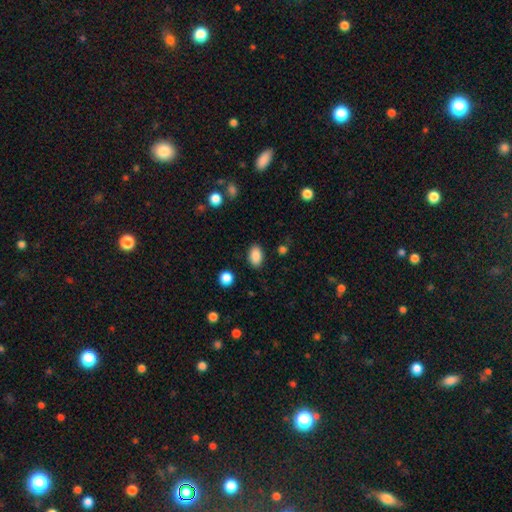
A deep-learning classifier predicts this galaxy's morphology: The model was most divided on "how rounded": in between: 88%, round: 10%, cigar-shaped: 1%. More confident: smooth or featured — smooth (87%); merging — none (87%).